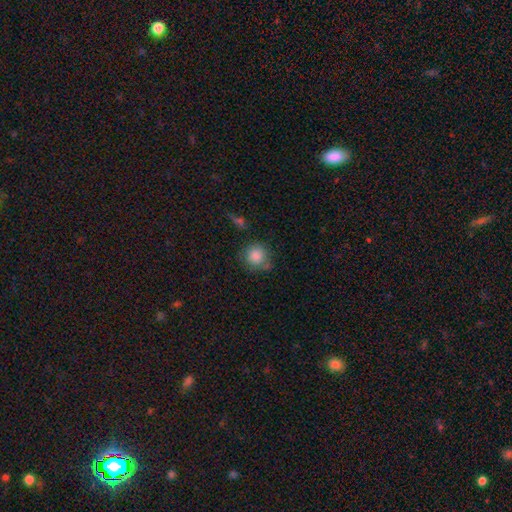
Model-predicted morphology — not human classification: This is clearly a smooth galaxy (84%). How rounded: clearly round (88%). Merging: likely none (65%).